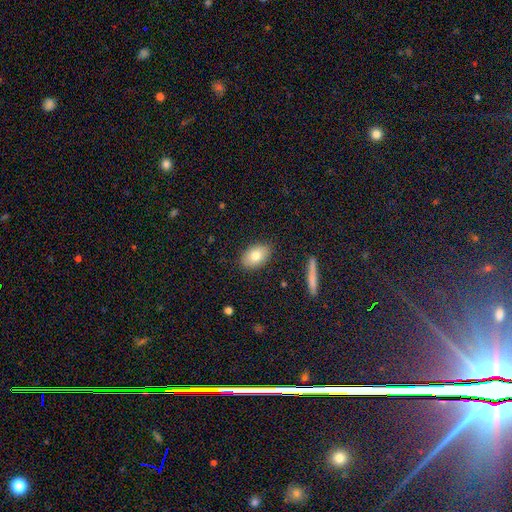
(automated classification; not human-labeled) This is likely a smooth galaxy (78%). How rounded: clearly in between (88%). Merging: clearly none (86%).